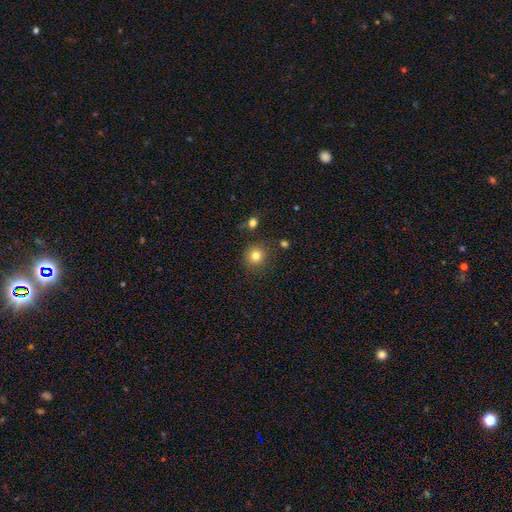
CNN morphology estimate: Smooth or featured? Predicted: smooth (p=0.81). How rounded? Predicted: round (p=0.92). Merging? Predicted: none (p=0.85).